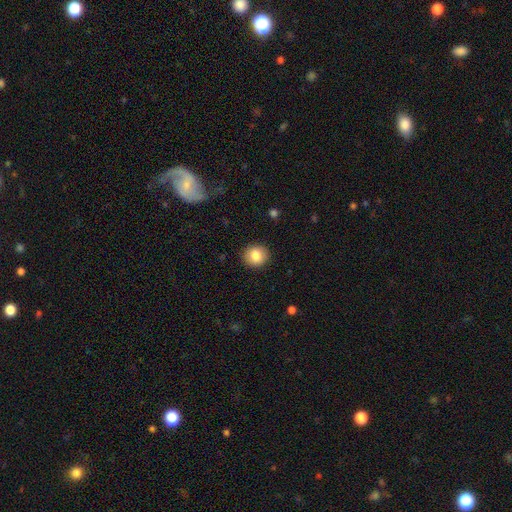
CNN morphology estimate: Smooth or featured?
  - smooth: 85% *
  - star or artifact: 9%
  - featured or disk: 7%
How rounded?
  - round: 83% *
  - in between: 16%
  - cigar-shaped: 1%
Merging?
  - none: 90% *
  - minor disturbance: 7%
  - major disturbance: 2%
  - merger: 1%